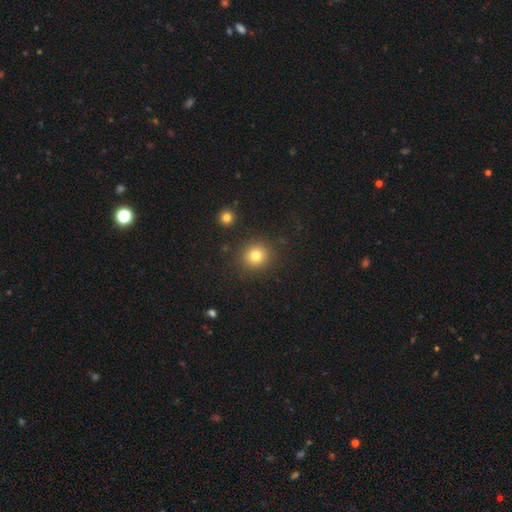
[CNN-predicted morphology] This is likely a smooth galaxy (80%). How rounded: clearly round (90%). Merging: clearly none (89%).